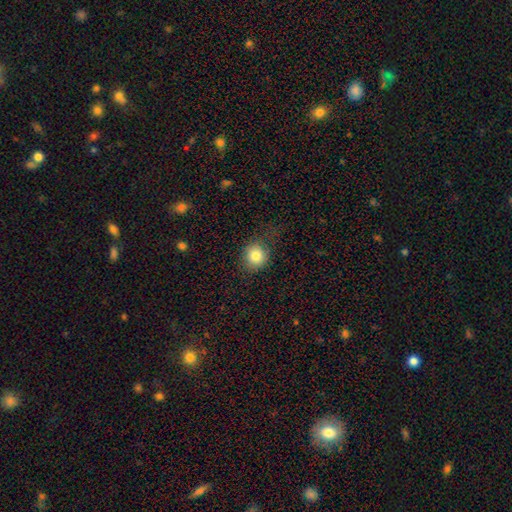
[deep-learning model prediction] Smooth or featured?
  - smooth: 83% *
  - star or artifact: 10%
  - featured or disk: 7%
How rounded?
  - round: 81% *
  - in between: 18%
  - cigar-shaped: 1%
Merging?
  - none: 72% *
  - minor disturbance: 18%
  - major disturbance: 8%
  - merger: 1%